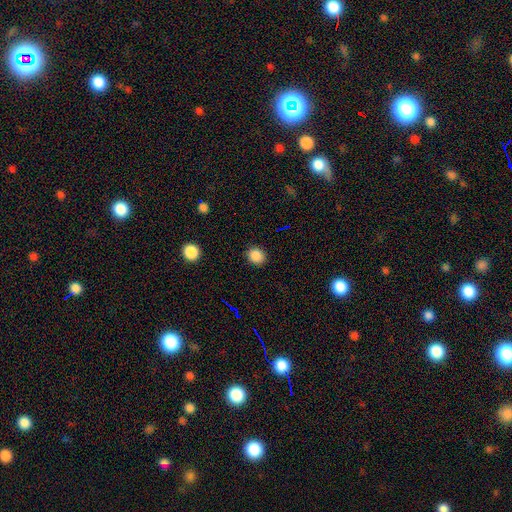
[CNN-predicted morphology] type=smooth (86%); roundness=round (79%); merging=none (90%).